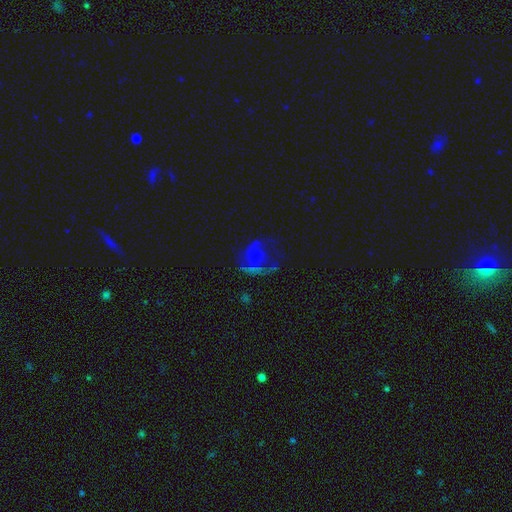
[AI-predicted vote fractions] Overall: featured or disk (53%; smooth 29%). Edge-on disk: no (97%). Bar: no (75%). Spiral arms: yes (59%; no 41%). Bulge size: none (31%, tied with moderate). Merging: none (40%; major disturbance 35%).